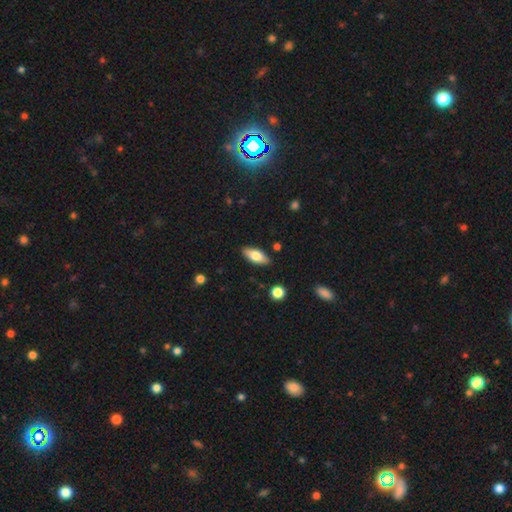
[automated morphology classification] Smooth or featured: smooth — 71% (featured or disk — 22%)
How rounded: in between — 80% (cigar-shaped — 18%)
Merging: none — 87% (minor disturbance — 10%)